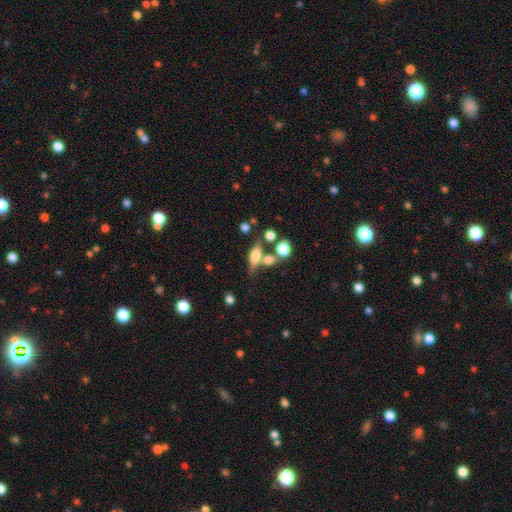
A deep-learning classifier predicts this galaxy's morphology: A smooth galaxy with no disk features (55%) that is in between round and cigar-shaped (56%). Merging: none (52%).